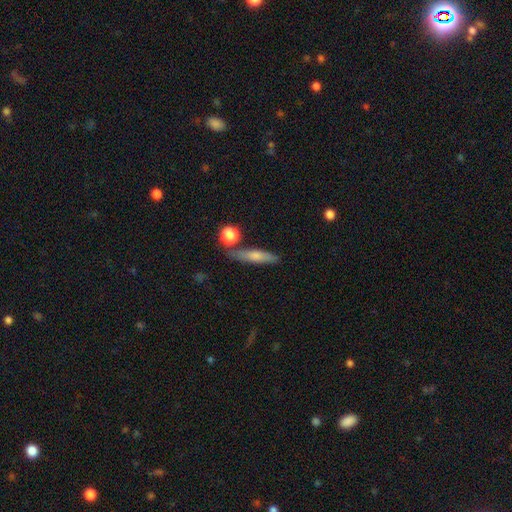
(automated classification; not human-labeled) smooth-or-featured: smooth: 67% | featured or disk: 26% | star or artifact: 8%
  how-rounded: cigar-shaped: 78% | in between: 18% | round: 4%
  merging: none: 73% | minor disturbance: 14% | merger: 8% | major disturbance: 4%